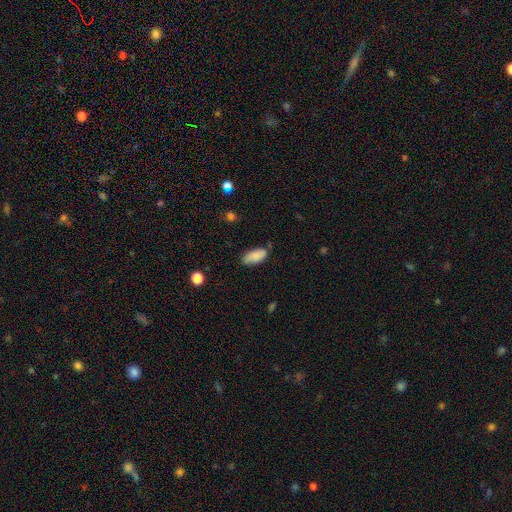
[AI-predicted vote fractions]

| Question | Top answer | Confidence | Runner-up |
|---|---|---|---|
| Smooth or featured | smooth | 84% | featured or disk (9%) |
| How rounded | in between | 89% | cigar-shaped (9%) |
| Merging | none | 71% | minor disturbance (22%) |